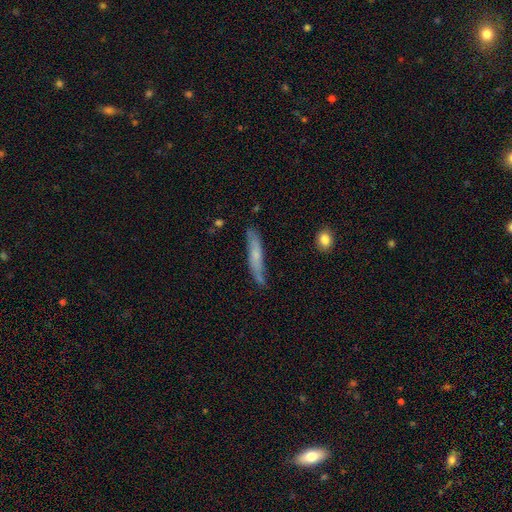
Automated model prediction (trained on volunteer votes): A smooth galaxy with no disk features (48%).

Vote fractions:
- Smooth or featured? smooth: 48% / featured or disk: 45% / star or artifact: 7%
- Merging? none: 73% / minor disturbance: 20% / major disturbance: 4% / merger: 2%